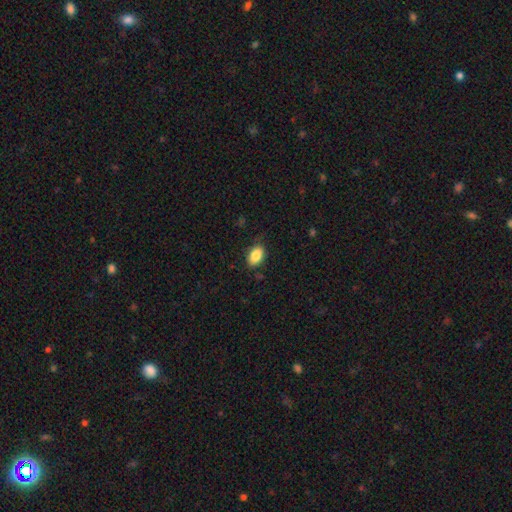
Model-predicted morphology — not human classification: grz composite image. It shows a smooth galaxy with no disk features (86%) that is in between round and cigar-shaped (87%). Merging: none (81%).